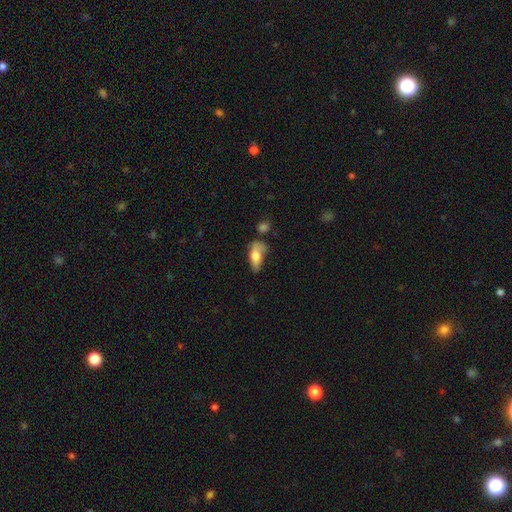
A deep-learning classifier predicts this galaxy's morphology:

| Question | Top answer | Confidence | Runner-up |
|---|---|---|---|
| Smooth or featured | smooth | 71% | featured or disk (21%) |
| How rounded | in between | 83% | cigar-shaped (13%) |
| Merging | minor disturbance | 30% | tied: none (30%) |